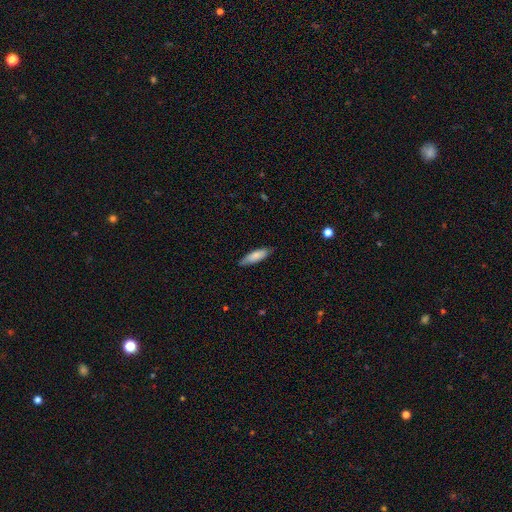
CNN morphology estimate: A smooth galaxy with no disk features (77%) that is cigar-shaped (53%).

Vote fractions:
- Smooth or featured? smooth: 77% / featured or disk: 17% / star or artifact: 6%
- How rounded? cigar-shaped: 53% / in between: 45% / round: 2%
- Merging? none: 81% / minor disturbance: 16% / major disturbance: 2% / merger: 1%